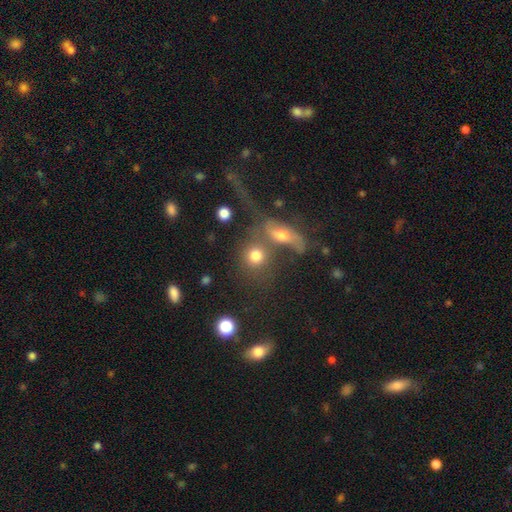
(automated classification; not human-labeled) Q: Smooth or featured?
A: smooth (72%); runner-up: featured or disk (15%)
Q: How rounded?
A: round (74%); runner-up: in between (23%)
Q: Merging?
A: merger (45%); runner-up: none (35%)